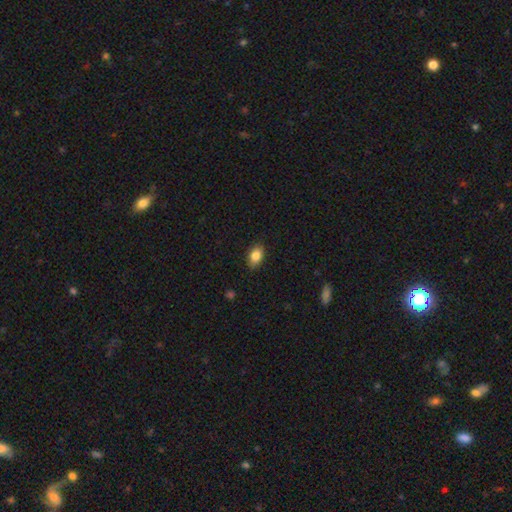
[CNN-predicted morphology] Q: Smooth or featured?
A: smooth (85%); runner-up: star or artifact (8%)
Q: How rounded?
A: in between (84%); runner-up: round (14%)
Q: Merging?
A: none (86%); runner-up: minor disturbance (11%)